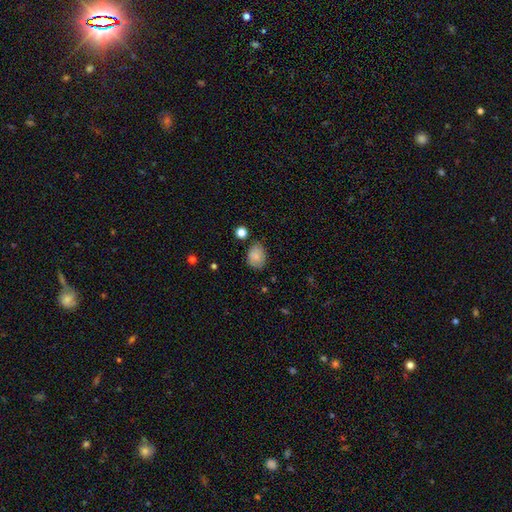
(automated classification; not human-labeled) Smooth or featured?
  - smooth: 79% *
  - featured or disk: 12%
  - star or artifact: 9%
How rounded?
  - in between: 66% *
  - round: 33%
  - cigar-shaped: 1%
Merging?
  - none: 74% *
  - minor disturbance: 19%
  - major disturbance: 4%
  - merger: 3%